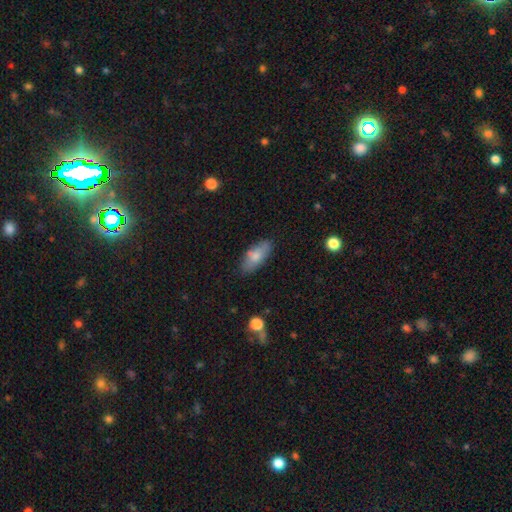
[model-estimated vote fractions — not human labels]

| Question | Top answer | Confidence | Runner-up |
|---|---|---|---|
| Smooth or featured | smooth | 74% | featured or disk (19%) |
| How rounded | in between | 84% | cigar-shaped (13%) |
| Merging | none | 77% | minor disturbance (17%) |